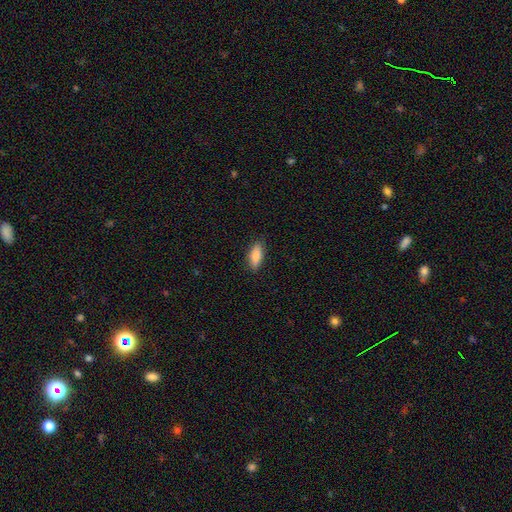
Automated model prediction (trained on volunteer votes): Smooth or featured: smooth — 82% (featured or disk — 11%)
How rounded: in between — 67% (cigar-shaped — 31%)
Merging: none — 86% (minor disturbance — 11%)